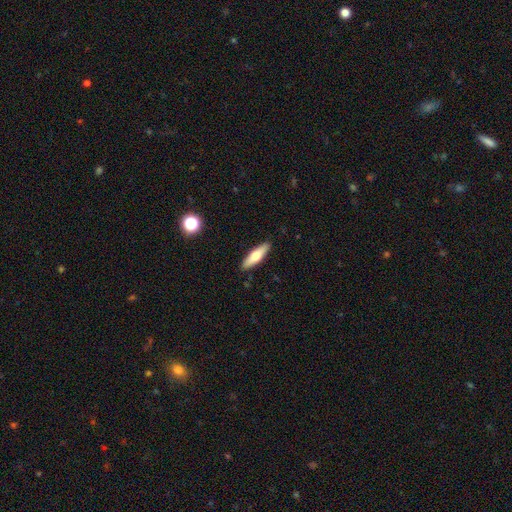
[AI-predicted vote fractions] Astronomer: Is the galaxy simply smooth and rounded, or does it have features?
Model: smooth — 60%.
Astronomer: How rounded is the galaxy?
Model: cigar-shaped — 60% (runner-up: in between, 38%).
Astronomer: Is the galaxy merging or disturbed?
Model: none — 90%.